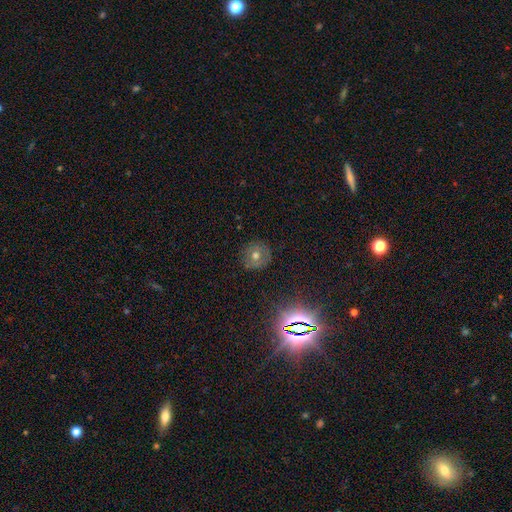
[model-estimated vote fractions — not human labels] Smooth or featured: smooth — 45% (star or artifact — 29%)
Merging: none — 84% (minor disturbance — 11%)